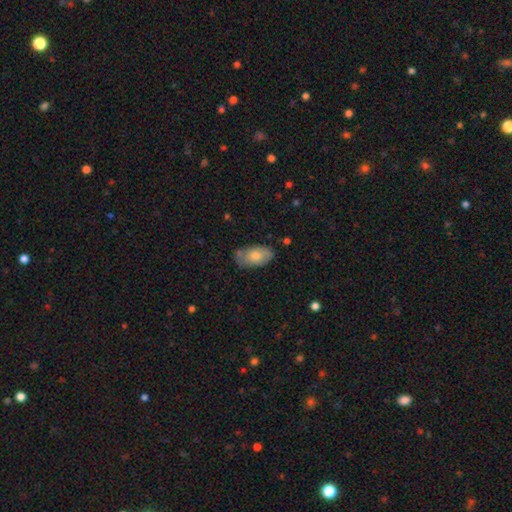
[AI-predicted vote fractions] A smooth galaxy with no disk features (75%) that is in between round and cigar-shaped (94%). Merging: none (74%).